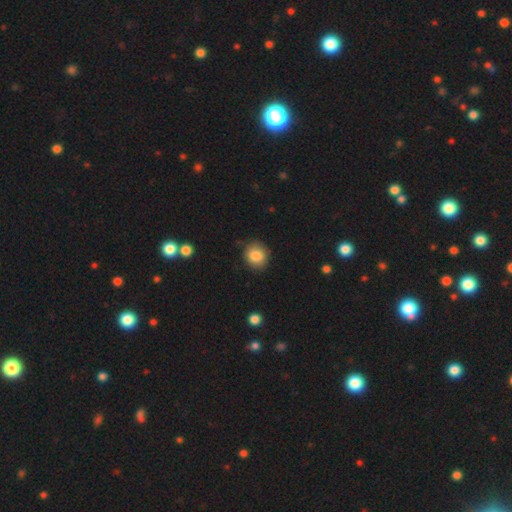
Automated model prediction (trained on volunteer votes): smooth-or-featured: smooth: 84% | star or artifact: 9% | featured or disk: 6%
  how-rounded: round: 80% | in between: 19% | cigar-shaped: 1%
  merging: none: 84% | minor disturbance: 12% | major disturbance: 2% | merger: 1%